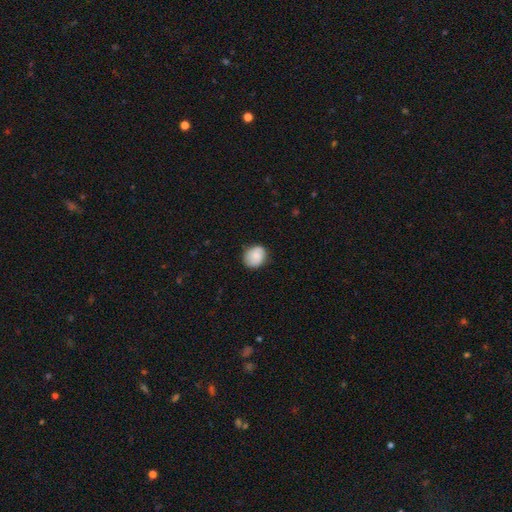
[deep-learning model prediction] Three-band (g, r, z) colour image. It shows a smooth galaxy with no disk features (77%) that is round (65%). Merging: none (78%).